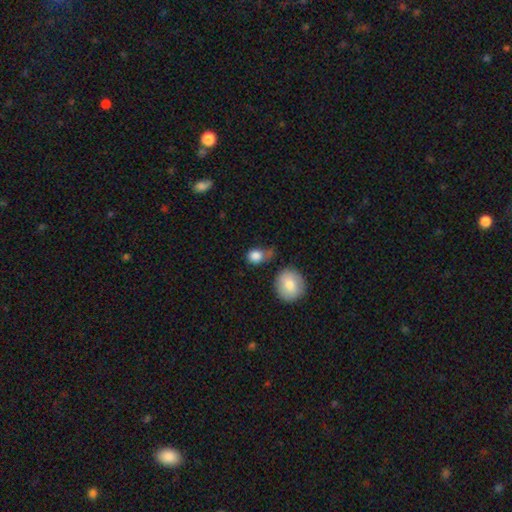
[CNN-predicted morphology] smooth-or-featured: smooth: 85% | star or artifact: 9% | featured or disk: 6%
  how-rounded: round: 61% | in between: 38% | cigar-shaped: 2%
  merging: none: 50% | minor disturbance: 24% | merger: 14% | major disturbance: 12%